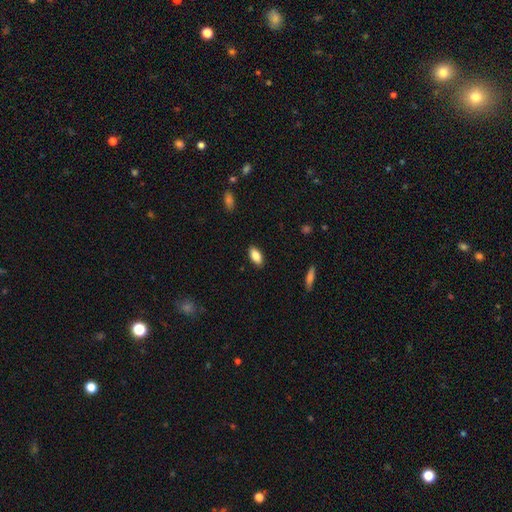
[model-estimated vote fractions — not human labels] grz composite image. It shows a smooth galaxy with no disk features (85%) that is in between round and cigar-shaped (90%). Merging: none (88%).